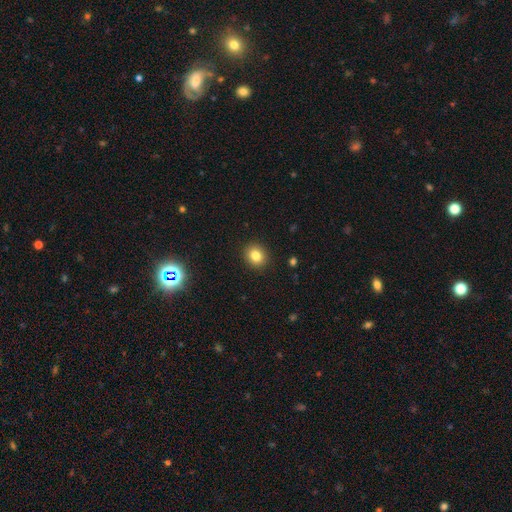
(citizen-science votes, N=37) Overall: smooth (86%). How rounded: round (50%, tied with in between). Merging: none (78%).